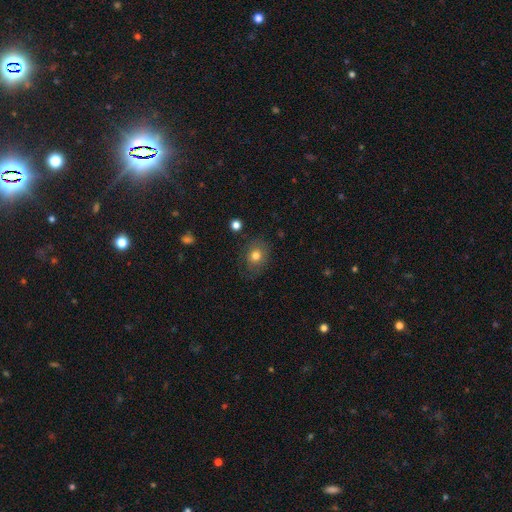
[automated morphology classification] Overall: smooth (76%). How rounded: round (64%; in between 35%). Merging: none (78%).